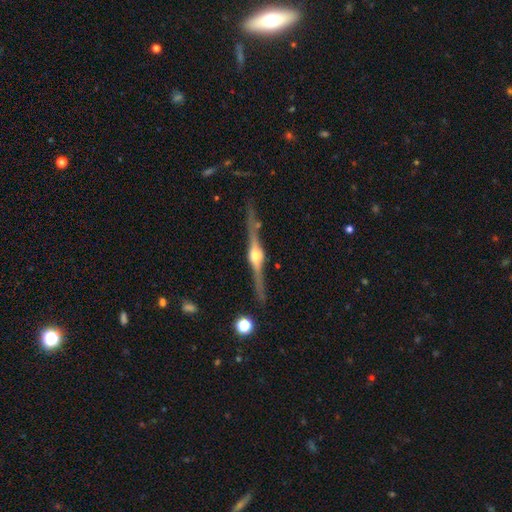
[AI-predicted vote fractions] Smooth or featured? Predicted: featured or disk (p=0.89). Edge-on disk? Predicted: yes (p=0.98). Edge-on bulge? Predicted: rounded (p=0.94). Merging? Predicted: none (p=0.87).